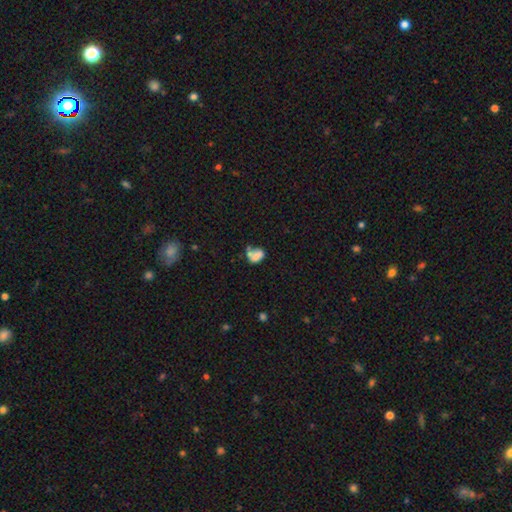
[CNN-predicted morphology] Smooth or featured?
  - smooth: 65% *
  - featured or disk: 23%
  - star or artifact: 12%
How rounded?
  - in between: 73% *
  - round: 24%
  - cigar-shaped: 3%
Merging?
  - merger: 36% *
  - none: 28%
  - minor disturbance: 20%
  - major disturbance: 16%